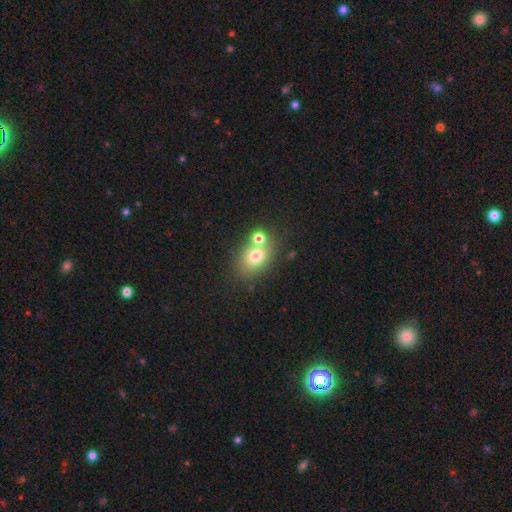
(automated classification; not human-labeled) Smooth or featured: smooth — 73% (featured or disk — 15%)
How rounded: in between — 61% (round — 37%)
Merging: none — 56% (merger — 28%)